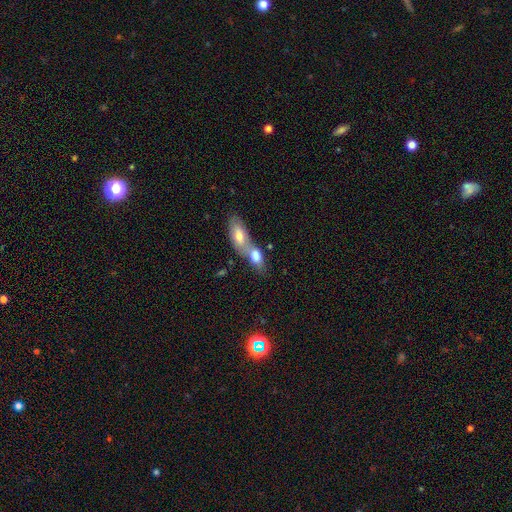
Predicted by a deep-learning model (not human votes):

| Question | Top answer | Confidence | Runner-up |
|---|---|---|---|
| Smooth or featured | smooth | 73% | featured or disk (20%) |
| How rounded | in between | 80% | cigar-shaped (14%) |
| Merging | merger | 71% | none (19%) |